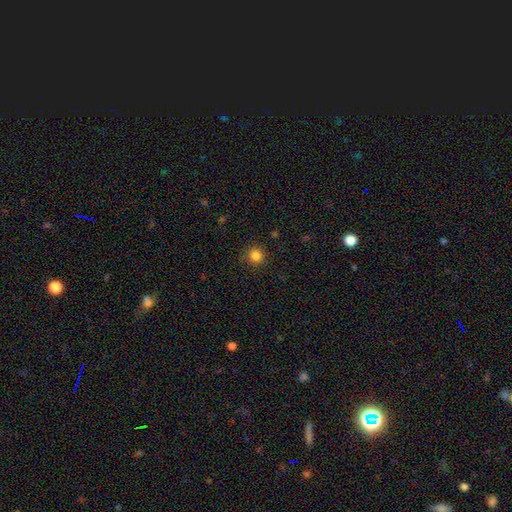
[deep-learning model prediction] A smooth galaxy with no disk features (84%) that is round (93%). Merging: none (89%).